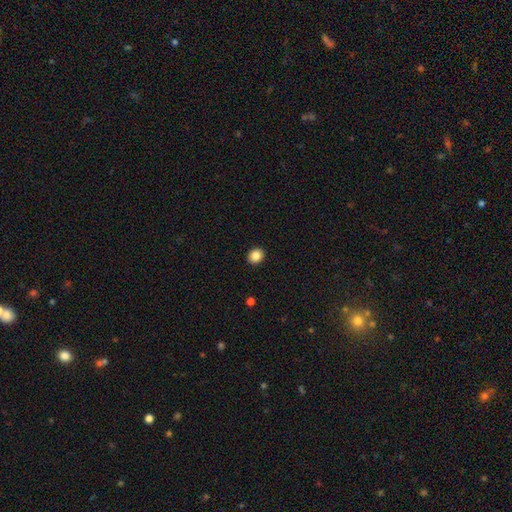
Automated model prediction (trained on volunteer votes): Overall: smooth (86%). How rounded: round (71%). Merging: none (92%).